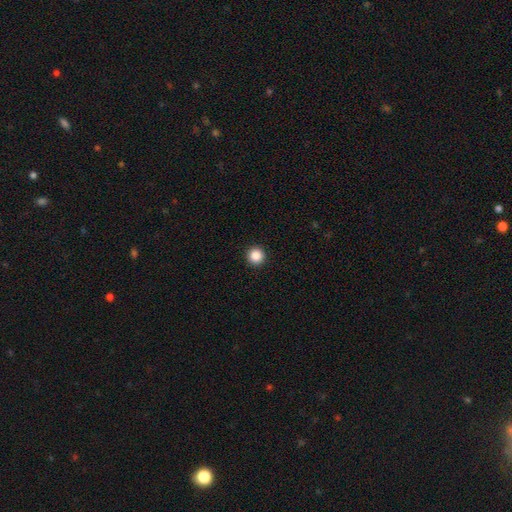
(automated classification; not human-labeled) A smooth galaxy with no disk features (87%) that is round (96%).

Vote fractions:
- Smooth or featured? smooth: 87% / star or artifact: 10% / featured or disk: 3%
- How rounded? round: 96% / in between: 3% / cigar-shaped: 1%
- Merging? none: 94% / minor disturbance: 4% / major disturbance: 2% / merger: 1%